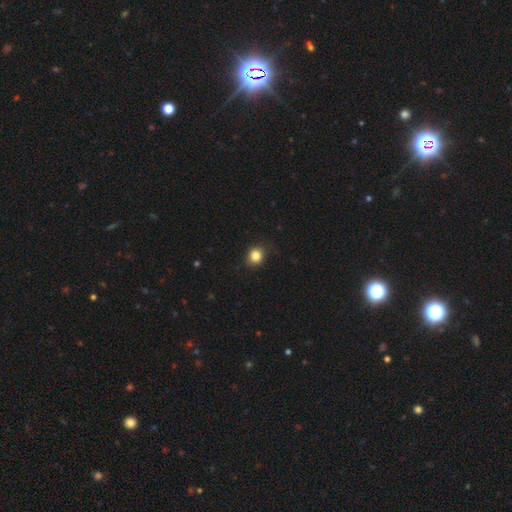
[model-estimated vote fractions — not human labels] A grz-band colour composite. It shows a smooth galaxy with no disk features (84%) that is round (80%). Merging: none (86%).